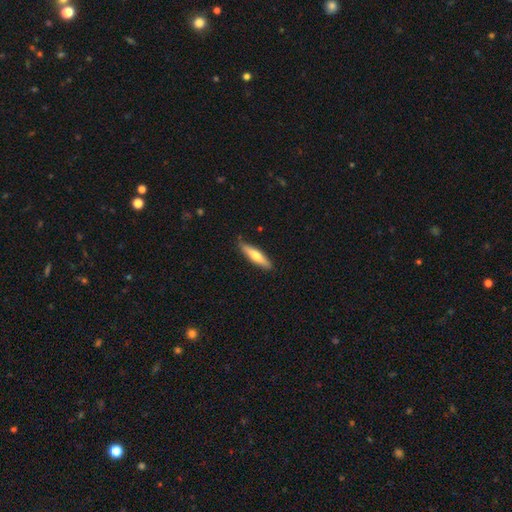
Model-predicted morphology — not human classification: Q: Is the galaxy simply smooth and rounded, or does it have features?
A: smooth — 58%.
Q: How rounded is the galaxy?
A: cigar-shaped — 81%.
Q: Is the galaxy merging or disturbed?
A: none — 85%.